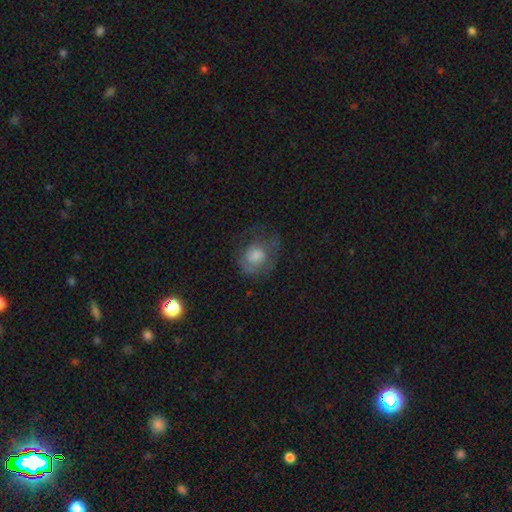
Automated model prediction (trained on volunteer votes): Smooth or featured?
  - smooth: 52% *
  - featured or disk: 37%
  - star or artifact: 12%
How rounded?
  - round: 60% *
  - in between: 39%
  - cigar-shaped: 1%
Merging?
  - none: 50% *
  - major disturbance: 26%
  - minor disturbance: 23%
  - merger: 2%